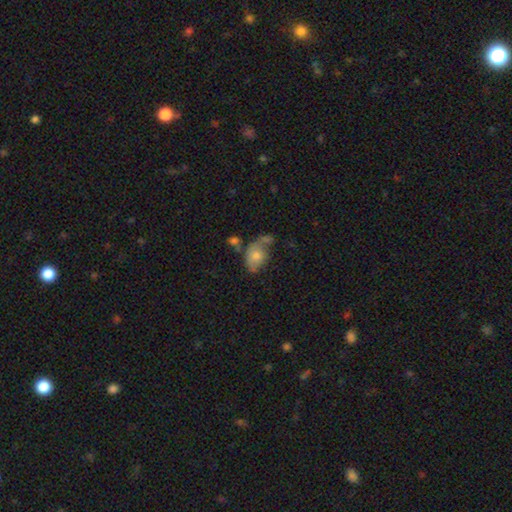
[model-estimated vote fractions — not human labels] smooth_or_featured: smooth (p=0.65) [alt: featured or disk p=0.26]
how_rounded: in between (p=0.78) [alt: round p=0.21]
merging: none (p=0.32) [alt: minor disturbance p=0.25]